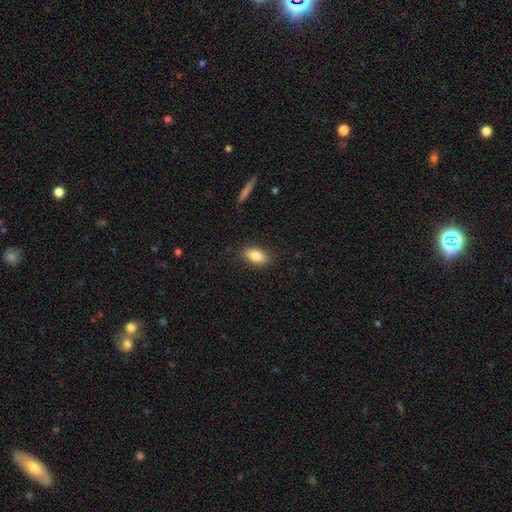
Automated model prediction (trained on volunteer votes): smooth 81%, featured or disk 12%, star or artifact 7%. Down the decision tree: how rounded — in between (88%); merging — none (87%).